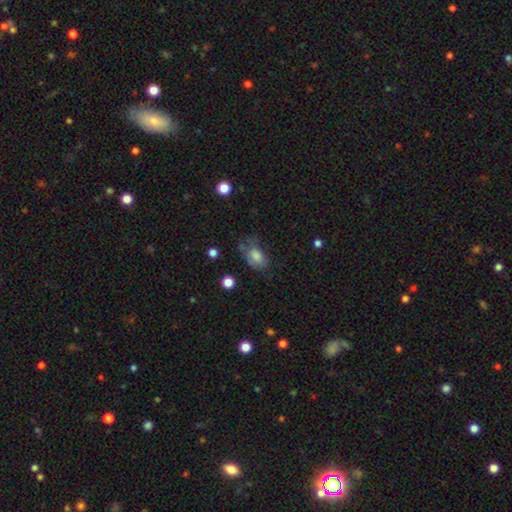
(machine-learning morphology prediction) type=smooth (72%); roundness=in between (83%); merging=none (48%).